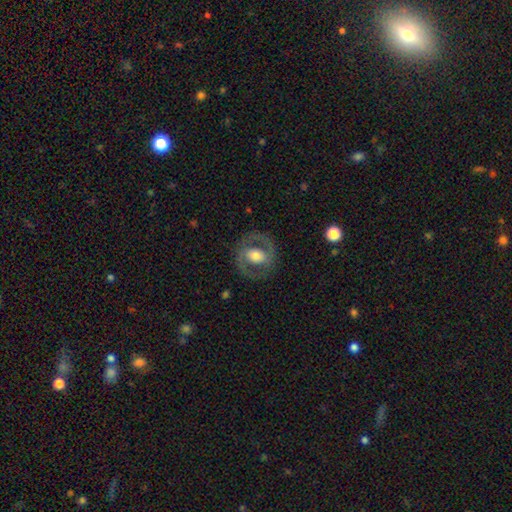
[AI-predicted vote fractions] Smooth or featured? featured or disk (68%)
Edge-on disk? no (96%)
Bar? no (49%)
Spiral arms? yes (61%)
Bulge size? moderate (57%)
Merging? none (81%)